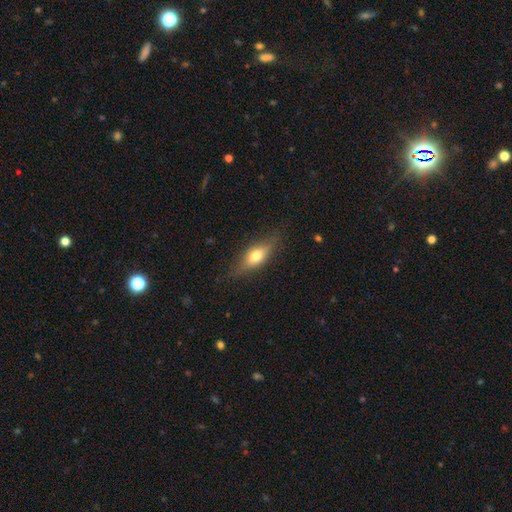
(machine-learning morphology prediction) A smooth galaxy with no disk features (58%) that is in between round and cigar-shaped (63%).

Vote fractions:
- Smooth or featured? smooth: 58% / featured or disk: 34% / star or artifact: 8%
- How rounded? in between: 63% / cigar-shaped: 31% / round: 6%
- Merging? none: 80% / minor disturbance: 15% / major disturbance: 4% / merger: 1%